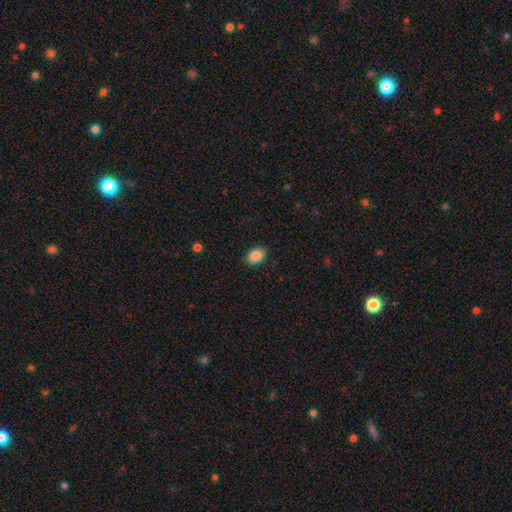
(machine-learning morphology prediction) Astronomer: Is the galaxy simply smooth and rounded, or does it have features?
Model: smooth — 89%.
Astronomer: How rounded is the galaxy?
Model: in between — 86%.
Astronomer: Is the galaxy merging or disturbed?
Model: none — 89%.